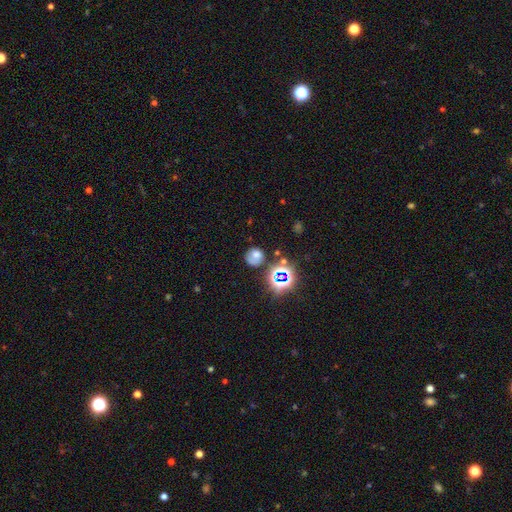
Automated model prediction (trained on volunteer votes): Smooth or featured? Predicted: smooth (p=0.59). How rounded? Predicted: round (p=0.79). Merging? Predicted: none (p=0.59).